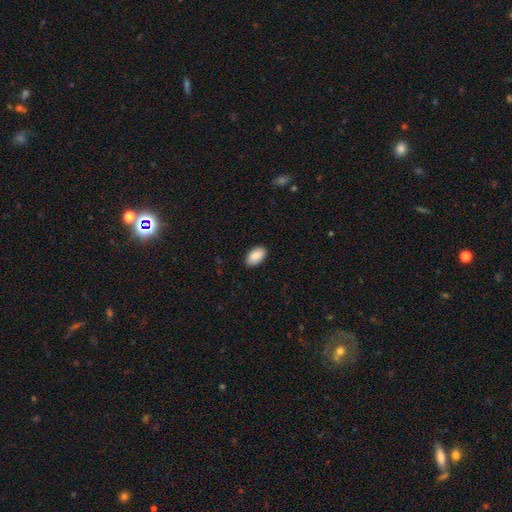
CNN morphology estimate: Overall: smooth (90%). How rounded: in between (94%). Merging: none (89%).